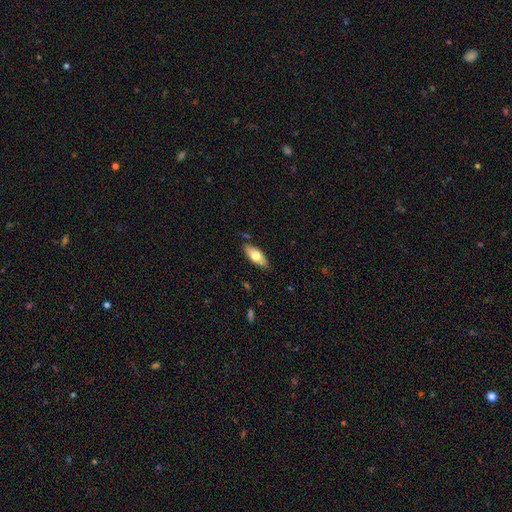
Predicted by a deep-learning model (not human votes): This is likely a smooth galaxy (62%). How rounded: likely in between (76%). Merging: clearly none (84%).